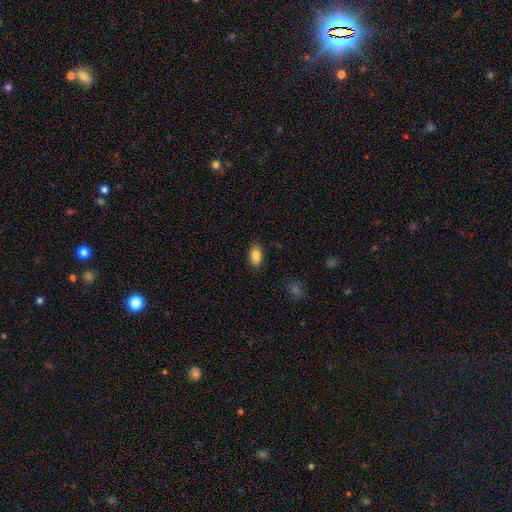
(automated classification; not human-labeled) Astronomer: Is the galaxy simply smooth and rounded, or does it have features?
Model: smooth — 86%.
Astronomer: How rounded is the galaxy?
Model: in between — 91%.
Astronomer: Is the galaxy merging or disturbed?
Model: none — 86%.